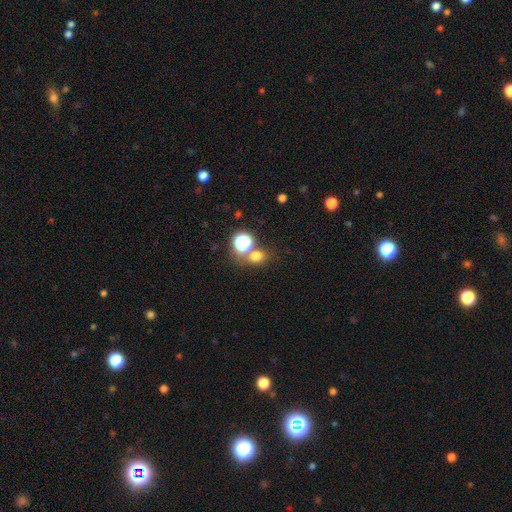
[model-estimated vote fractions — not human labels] smooth-or-featured: smooth: 68% | star or artifact: 25% | featured or disk: 8%
  how-rounded: round: 70% | in between: 28% | cigar-shaped: 1%
  merging: none: 65% | merger: 22% | minor disturbance: 9% | major disturbance: 4%